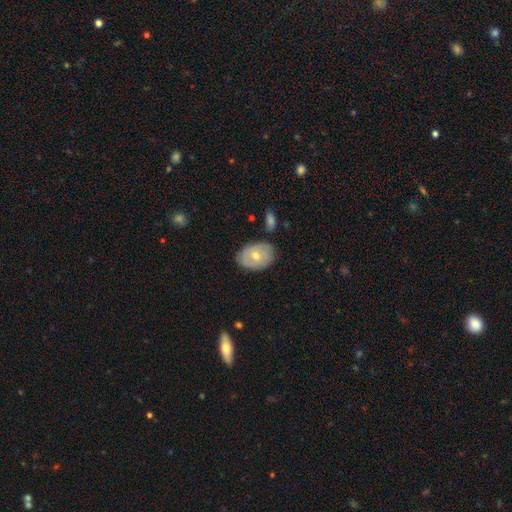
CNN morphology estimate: Smooth or featured: smooth — 49% (featured or disk — 45%)
Merging: none — 74% (minor disturbance — 19%)